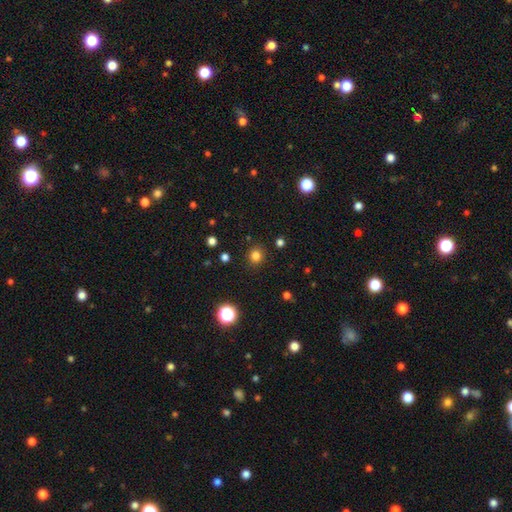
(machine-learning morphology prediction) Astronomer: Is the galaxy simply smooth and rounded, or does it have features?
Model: smooth — 80%.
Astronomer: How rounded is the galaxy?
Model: round — 90%.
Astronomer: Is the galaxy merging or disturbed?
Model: none — 90%.